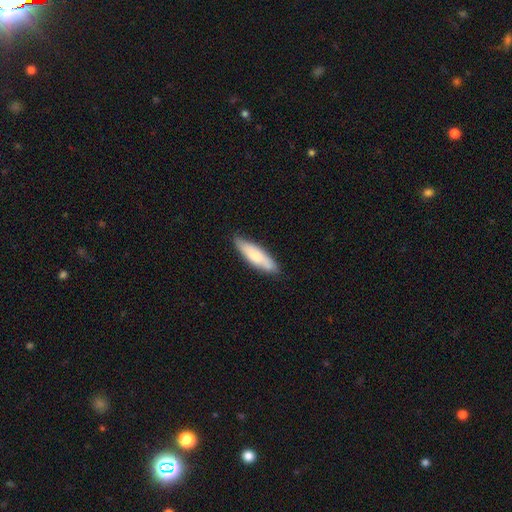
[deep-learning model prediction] smooth-or-featured: smooth: 79% | featured or disk: 16% | star or artifact: 5%
  how-rounded: cigar-shaped: 64% | in between: 35% | round: 1%
  merging: none: 83% | minor disturbance: 14% | major disturbance: 2% | merger: 1%